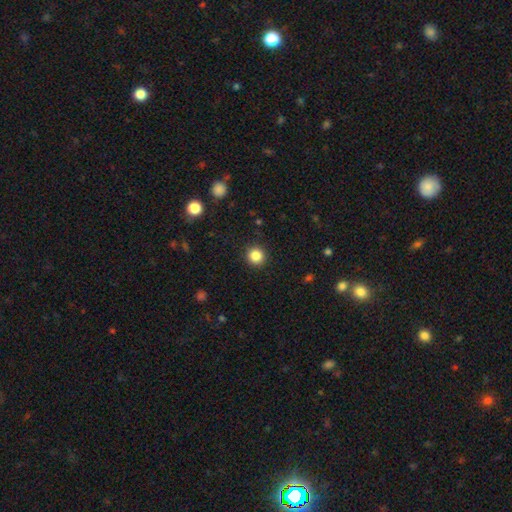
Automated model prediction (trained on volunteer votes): Smooth or featured? Predicted: smooth (p=0.85). How rounded? Predicted: round (p=0.93). Merging? Predicted: none (p=0.92).